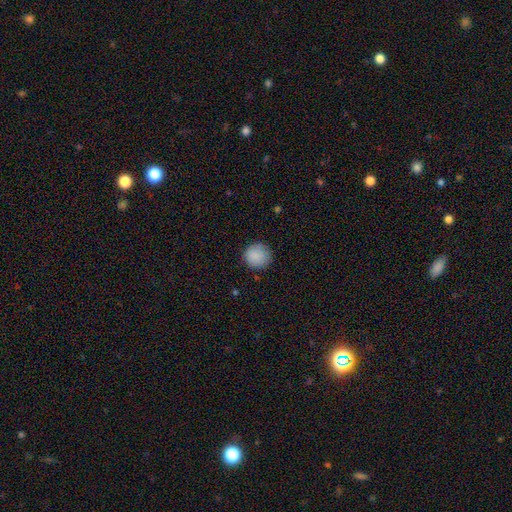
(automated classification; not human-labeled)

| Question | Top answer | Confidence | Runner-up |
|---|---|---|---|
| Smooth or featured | smooth | 88% | star or artifact (8%) |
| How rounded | round | 93% | in between (6%) |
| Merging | none | 86% | minor disturbance (10%) |